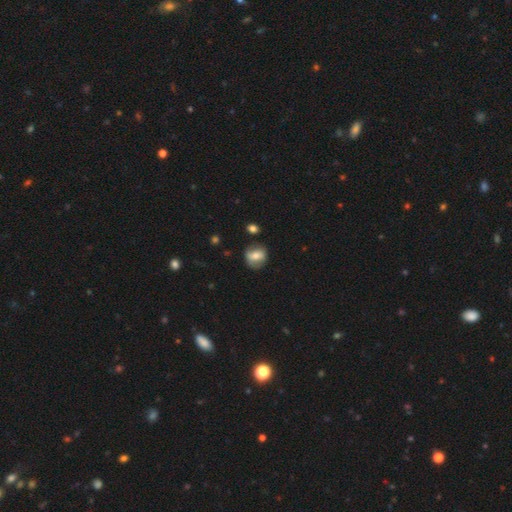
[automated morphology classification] Overall: smooth (62%; featured or disk 30%). How rounded: round (64%; in between 34%). Merging: none (72%).